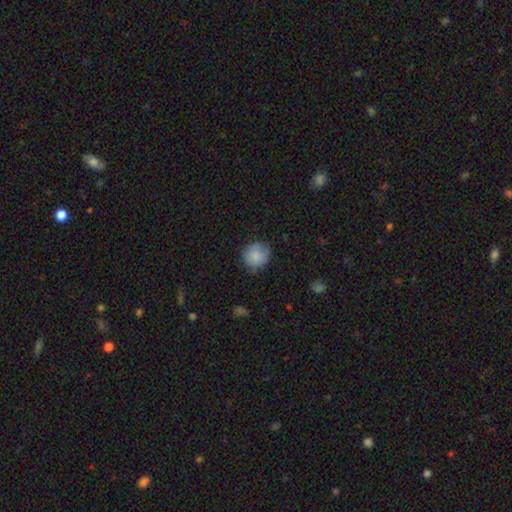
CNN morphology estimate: Smooth or featured? smooth (85%)
How rounded? round (86%)
Merging? none (78%)